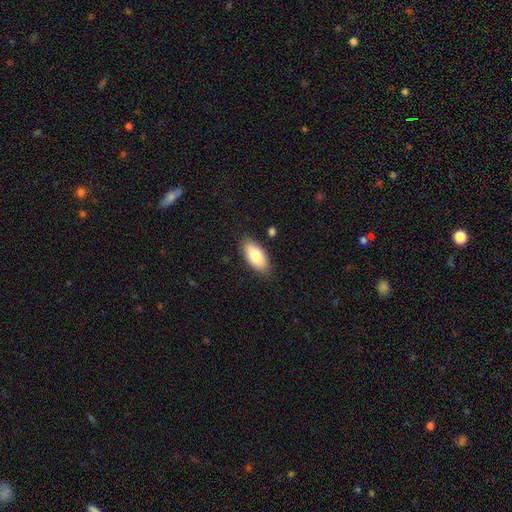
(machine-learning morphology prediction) A smooth galaxy with no disk features (80%) that is in between round and cigar-shaped (92%).

Vote fractions:
- Smooth or featured? smooth: 80% / featured or disk: 14% / star or artifact: 6%
- How rounded? in between: 92% / cigar-shaped: 6% / round: 3%
- Merging? none: 84% / minor disturbance: 11% / major disturbance: 2% / merger: 2%